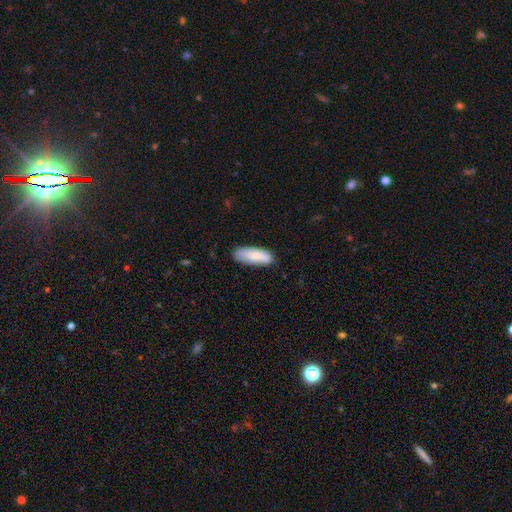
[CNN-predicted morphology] This is clearly a smooth galaxy (83%). How rounded: likely in between (67%). Merging: likely none (78%).